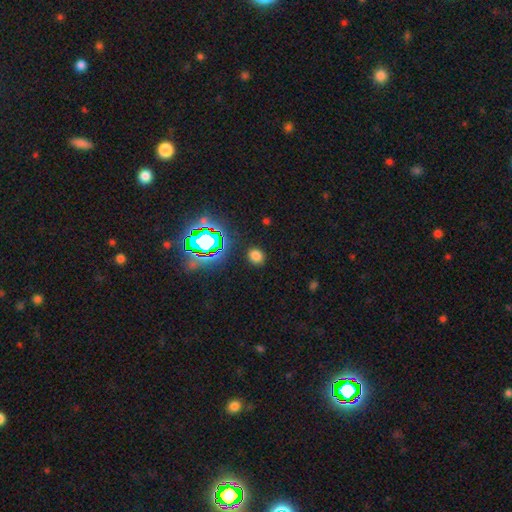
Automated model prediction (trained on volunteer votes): This is likely a smooth galaxy (70%). How rounded: likely round (64%). Merging: clearly none (87%).